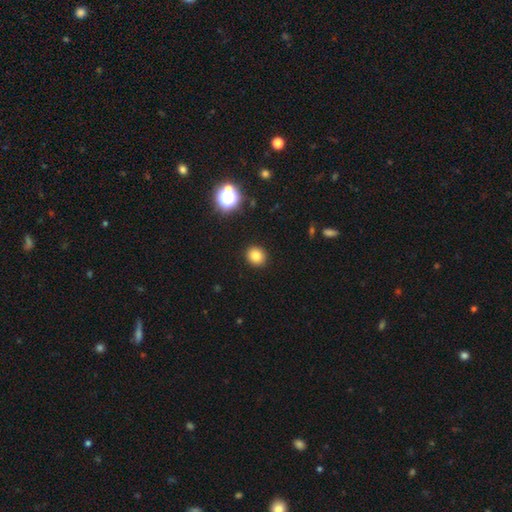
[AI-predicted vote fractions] Q: Smooth or featured?
A: smooth (80%); runner-up: star or artifact (13%)
Q: How rounded?
A: round (80%); runner-up: in between (19%)
Q: Merging?
A: none (91%); runner-up: minor disturbance (6%)